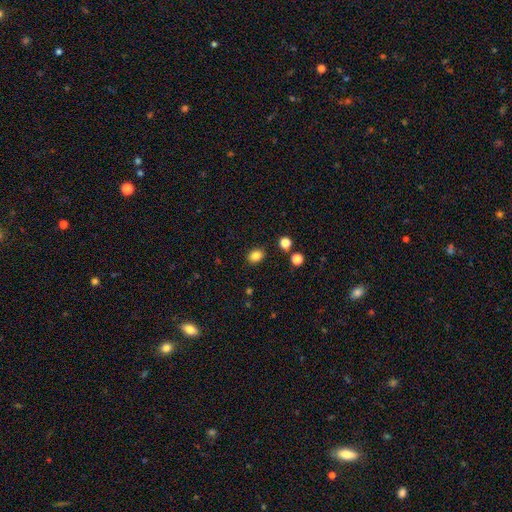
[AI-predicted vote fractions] A smooth galaxy with no disk features (83%) that is in between round and cigar-shaped (51%).

Vote fractions:
- Smooth or featured? smooth: 83% / star or artifact: 12% / featured or disk: 5%
- How rounded? in between: 51% / round: 48% / cigar-shaped: 1%
- Merging? none: 87% / minor disturbance: 9% / major disturbance: 2% / merger: 2%